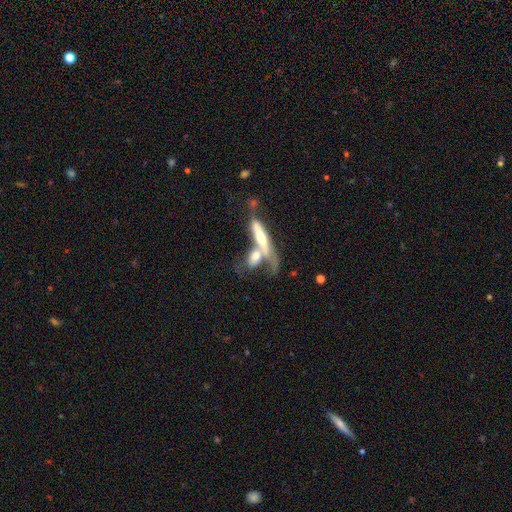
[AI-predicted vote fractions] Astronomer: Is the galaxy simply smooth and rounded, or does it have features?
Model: featured or disk — 50% (runner-up: smooth, 43%).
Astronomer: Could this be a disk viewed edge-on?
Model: yes — 57% (runner-up: no, 43%).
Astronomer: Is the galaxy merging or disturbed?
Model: merger — 59%.